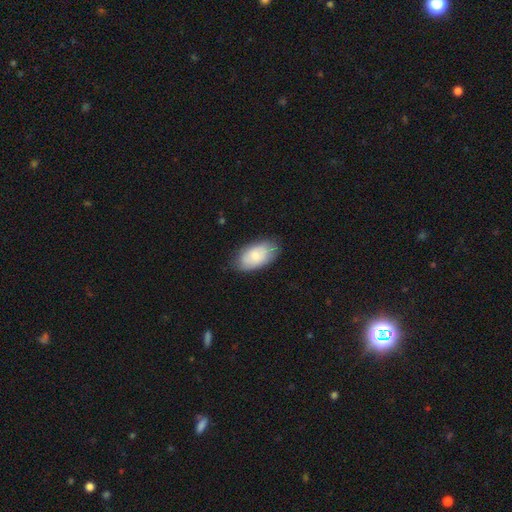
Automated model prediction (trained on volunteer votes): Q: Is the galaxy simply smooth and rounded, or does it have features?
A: smooth — 73%.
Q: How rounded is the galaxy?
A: in between — 94%.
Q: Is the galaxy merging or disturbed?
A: none — 77%.